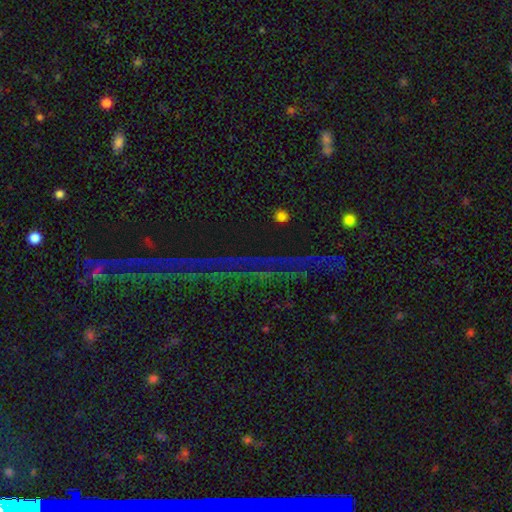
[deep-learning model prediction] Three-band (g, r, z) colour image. It shows a star or artifact, not a galaxy (70%).